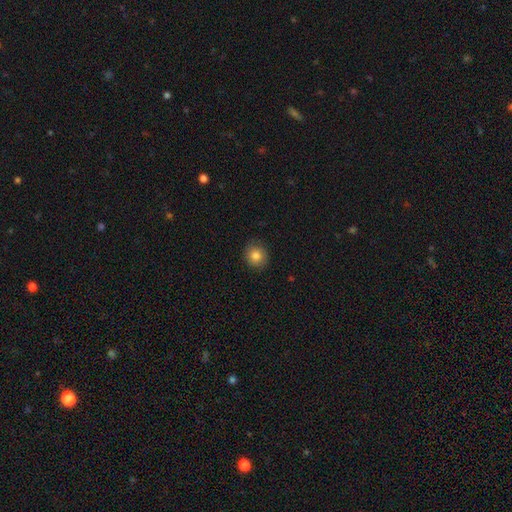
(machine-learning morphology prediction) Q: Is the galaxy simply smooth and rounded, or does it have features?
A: smooth — 82%.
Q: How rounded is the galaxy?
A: round — 84%.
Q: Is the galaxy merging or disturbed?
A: none — 89%.